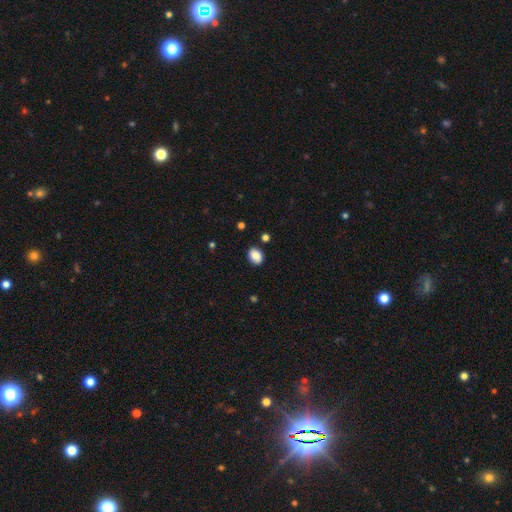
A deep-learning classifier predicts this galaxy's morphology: type=smooth (87%); roundness=in between (67%); merging=none (86%).